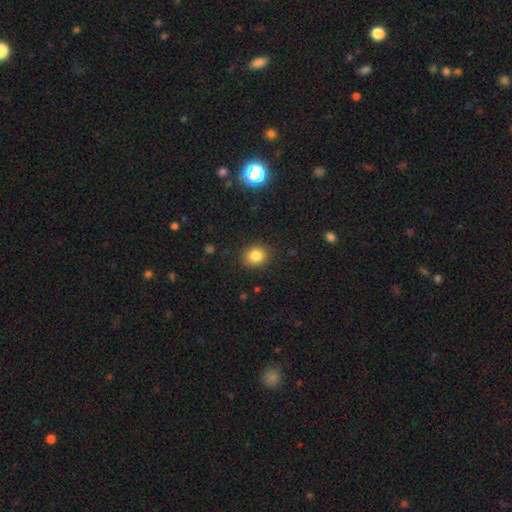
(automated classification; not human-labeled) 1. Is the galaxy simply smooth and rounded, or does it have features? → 83% smooth, 11% star or artifact, 6% featured or disk.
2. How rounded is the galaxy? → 70% round, 29% in between, 1% cigar-shaped.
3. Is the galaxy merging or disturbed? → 88% none, 8% minor disturbance, 3% major disturbance, 1% merger.